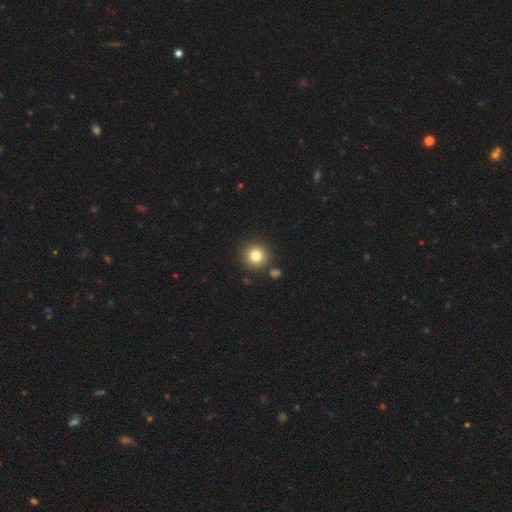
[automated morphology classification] A smooth galaxy with no disk features (81%) that is round (94%). Merging: none (86%).